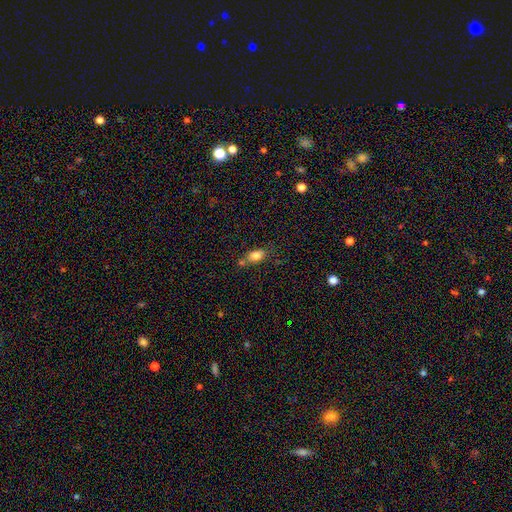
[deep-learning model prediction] smooth_or_featured: smooth (p=0.80) [alt: featured or disk p=0.10]
how_rounded: in between (p=0.81) [alt: round p=0.14]
merging: none (p=0.56) [alt: merger p=0.22]